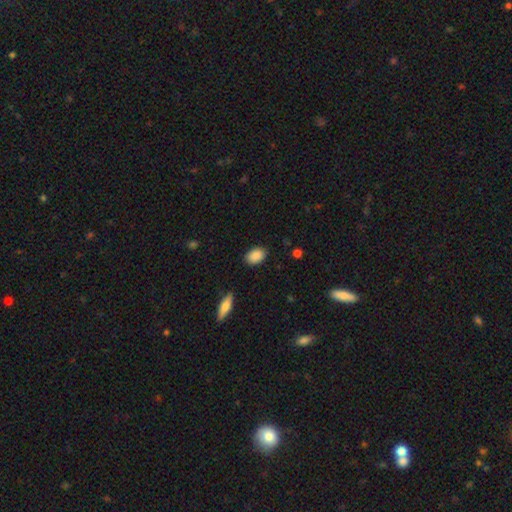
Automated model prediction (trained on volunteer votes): smooth 89%, star or artifact 7%, featured or disk 4%. Down the decision tree: how rounded — in between (86%); merging — none (86%).